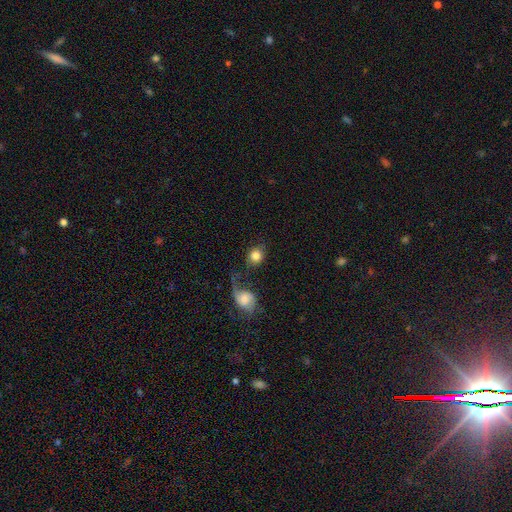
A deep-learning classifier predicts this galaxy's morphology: Smooth or featured?
  - smooth: 77% *
  - featured or disk: 16%
  - star or artifact: 7%
How rounded?
  - round: 72% *
  - in between: 27%
  - cigar-shaped: 1%
Merging?
  - none: 46% *
  - merger: 27%
  - minor disturbance: 14%
  - major disturbance: 13%